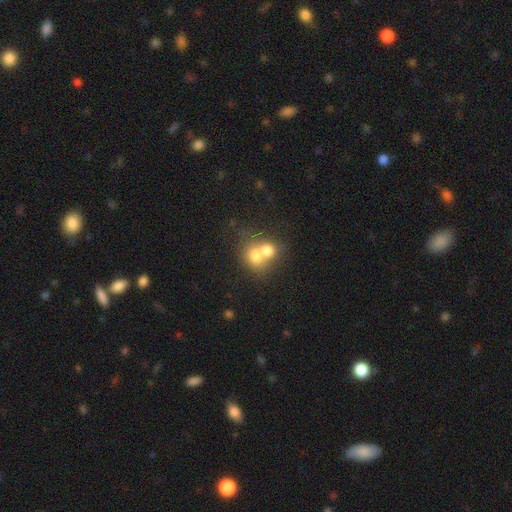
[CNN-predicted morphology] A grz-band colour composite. It shows a smooth galaxy with no disk features (71%) that is round (62%). Merging: merger (70%).